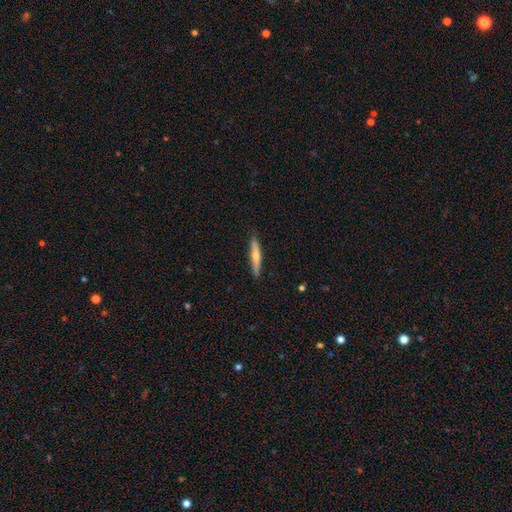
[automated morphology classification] smooth 56%, featured or disk 39%, star or artifact 5%. Down the decision tree: how rounded — cigar-shaped (91%); merging — none (87%).